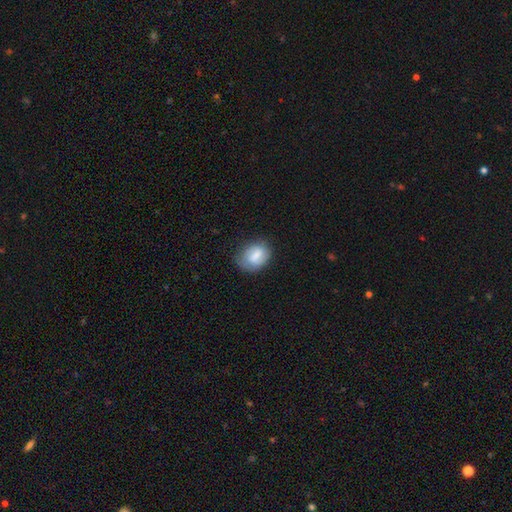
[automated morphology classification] A smooth galaxy with no disk features (67%) that is in between round and cigar-shaped (67%).

Vote fractions:
- Smooth or featured? smooth: 67% / featured or disk: 26% / star or artifact: 7%
- How rounded? in between: 67% / round: 32% / cigar-shaped: 1%
- Merging? none: 67% / minor disturbance: 25% / major disturbance: 7% / merger: 1%